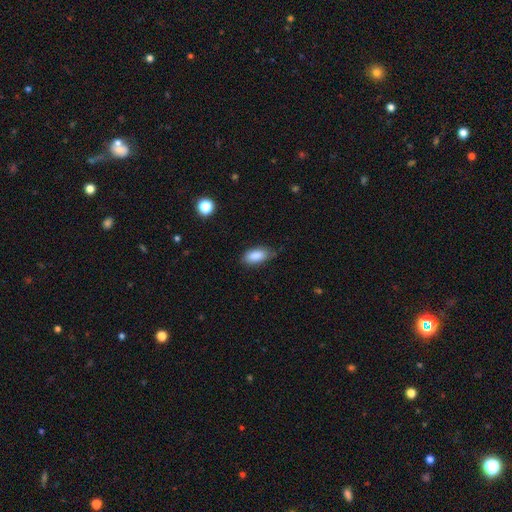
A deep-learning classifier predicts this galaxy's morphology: Overall: smooth (87%). How rounded: in between (89%). Merging: none (71%).